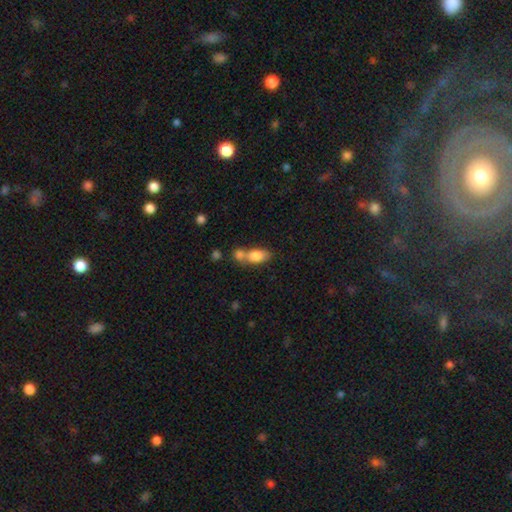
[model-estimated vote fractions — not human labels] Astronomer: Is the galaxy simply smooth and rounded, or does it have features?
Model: smooth — 81%.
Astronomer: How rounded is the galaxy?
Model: in between — 85%.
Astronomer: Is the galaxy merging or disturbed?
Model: merger — 51% (runner-up: none, 33%).